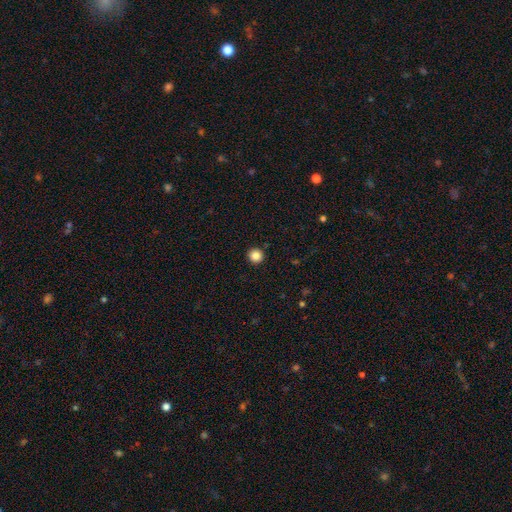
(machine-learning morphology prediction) Smooth or featured?
  - smooth: 85% *
  - star or artifact: 11%
  - featured or disk: 4%
How rounded?
  - round: 95% *
  - in between: 4%
  - cigar-shaped: 1%
Merging?
  - none: 93% *
  - minor disturbance: 5%
  - major disturbance: 2%
  - merger: 1%